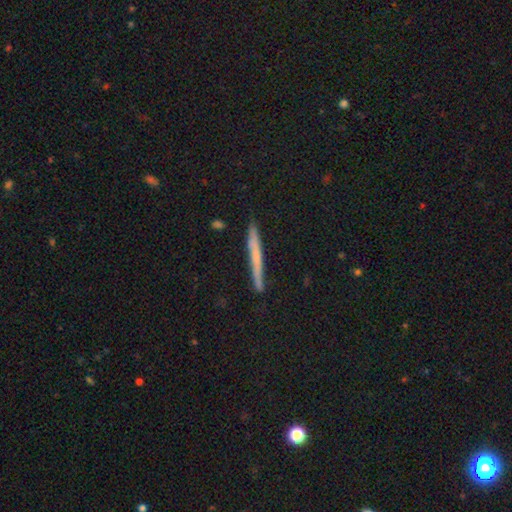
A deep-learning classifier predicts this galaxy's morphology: The model was most divided on "smooth or featured": smooth: 47%, featured or disk: 45%, star or artifact: 9%. More confident: merging — none (88%).